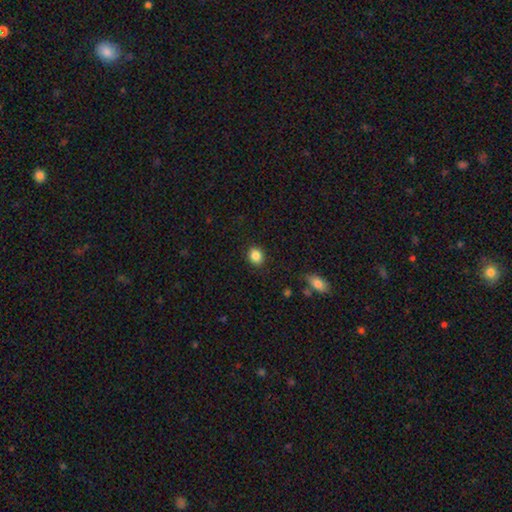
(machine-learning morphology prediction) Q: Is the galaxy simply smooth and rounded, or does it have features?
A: smooth — 86%.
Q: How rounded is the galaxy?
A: round — 72%.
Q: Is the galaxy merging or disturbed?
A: none — 90%.